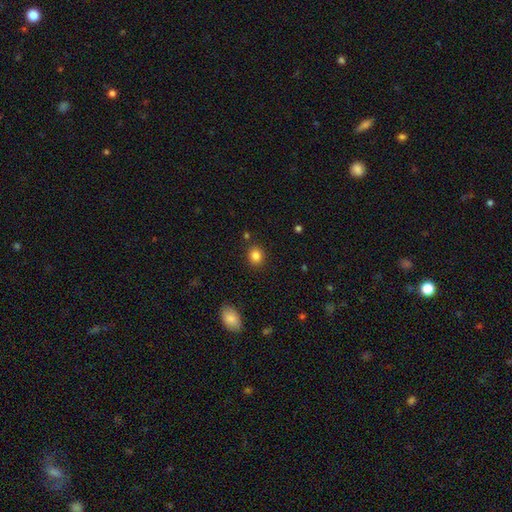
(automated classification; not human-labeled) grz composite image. It shows a smooth galaxy with no disk features (84%) that is round (73%). Merging: none (87%).